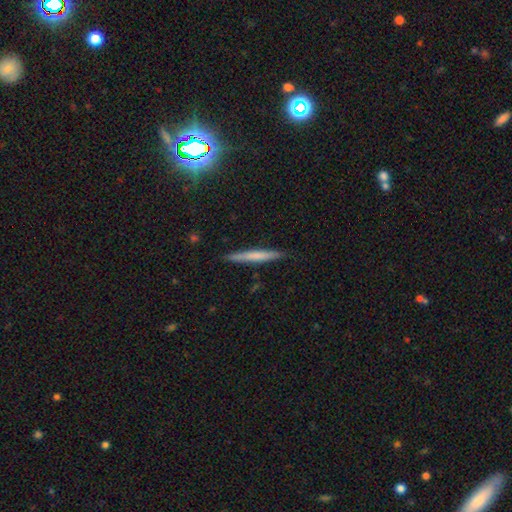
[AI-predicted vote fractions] Smooth or featured? smooth (60%)
How rounded? cigar-shaped (96%)
Merging? none (90%)